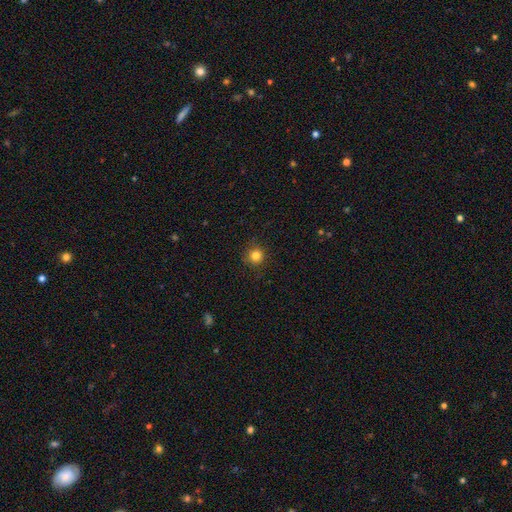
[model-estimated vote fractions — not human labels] This appears to be a smooth galaxy with no disk features (82%) that is round (94%). Merging: none (89%).